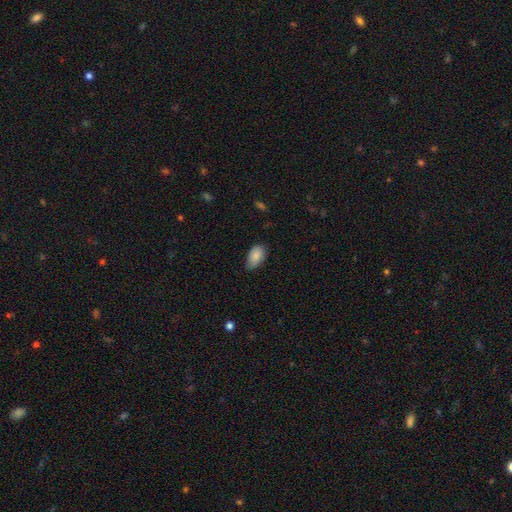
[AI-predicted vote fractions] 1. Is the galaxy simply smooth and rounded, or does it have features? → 86% smooth, 7% featured or disk, 7% star or artifact.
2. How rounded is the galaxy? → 94% in between, 4% round, 2% cigar-shaped.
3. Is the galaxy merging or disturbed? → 67% none, 28% minor disturbance, 4% major disturbance, 1% merger.